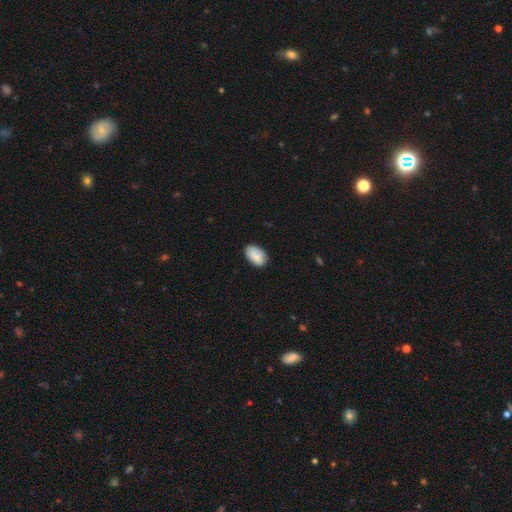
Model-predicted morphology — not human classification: Q: Smooth or featured?
A: smooth (80%); runner-up: featured or disk (13%)
Q: How rounded?
A: in between (90%); runner-up: round (9%)
Q: Merging?
A: none (78%); runner-up: minor disturbance (18%)